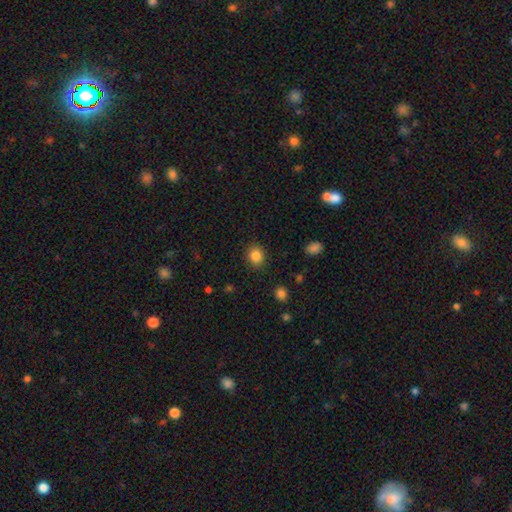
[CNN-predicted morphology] Overall: smooth (85%). How rounded: round (70%). Merging: none (88%).